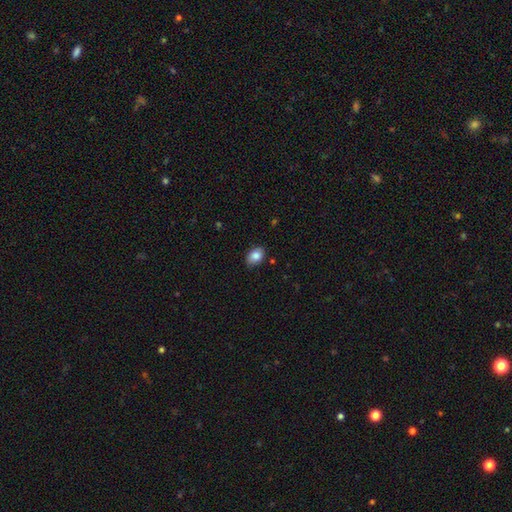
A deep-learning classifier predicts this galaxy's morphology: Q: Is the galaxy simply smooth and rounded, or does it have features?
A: smooth — 85%.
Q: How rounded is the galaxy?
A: in between — 80%.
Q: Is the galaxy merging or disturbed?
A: none — 84%.